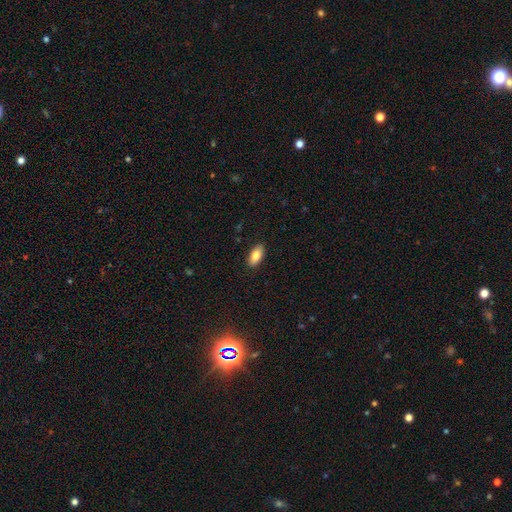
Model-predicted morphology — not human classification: Q: Smooth or featured?
A: smooth (83%); runner-up: featured or disk (10%)
Q: How rounded?
A: in between (91%); runner-up: cigar-shaped (6%)
Q: Merging?
A: none (89%); runner-up: minor disturbance (8%)